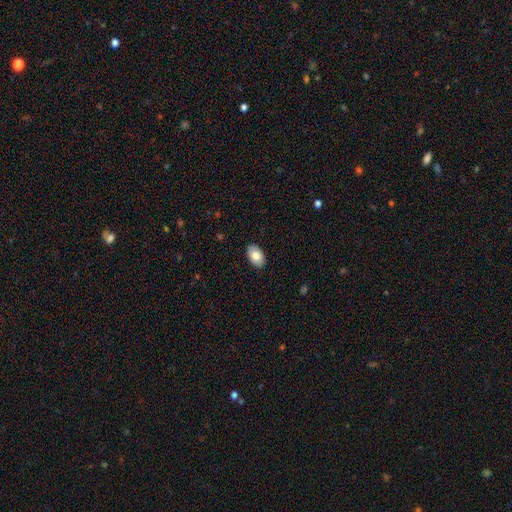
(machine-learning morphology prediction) A smooth galaxy with no disk features (79%) that is in between round and cigar-shaped (91%).

Vote fractions:
- Smooth or featured? smooth: 79% / featured or disk: 14% / star or artifact: 7%
- How rounded? in between: 91% / round: 7% / cigar-shaped: 1%
- Merging? none: 89% / minor disturbance: 8% / major disturbance: 2% / merger: 1%